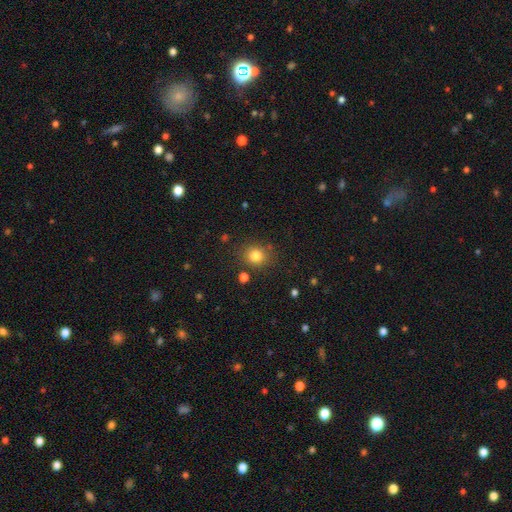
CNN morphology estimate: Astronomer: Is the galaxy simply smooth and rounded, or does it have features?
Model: smooth — 81%.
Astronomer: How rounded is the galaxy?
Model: round — 79%.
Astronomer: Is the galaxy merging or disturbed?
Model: none — 82%.